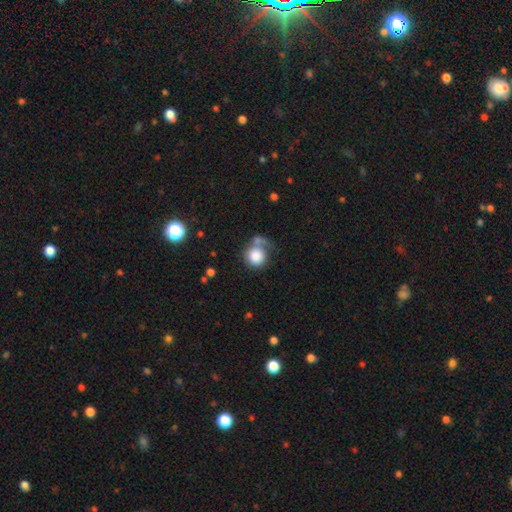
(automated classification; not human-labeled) Smooth or featured? Predicted: smooth (p=0.82). How rounded? Predicted: round (p=0.88). Merging? Predicted: none (p=0.41).